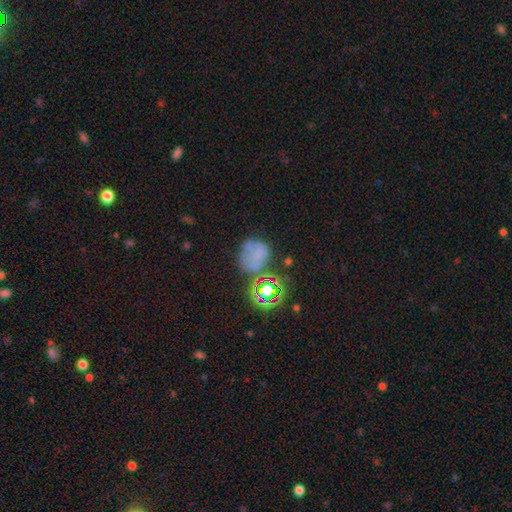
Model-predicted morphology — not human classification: smooth_or_featured: smooth (p=0.46) [alt: star or artifact p=0.33]
merging: none (p=0.43) [alt: minor disturbance p=0.22]